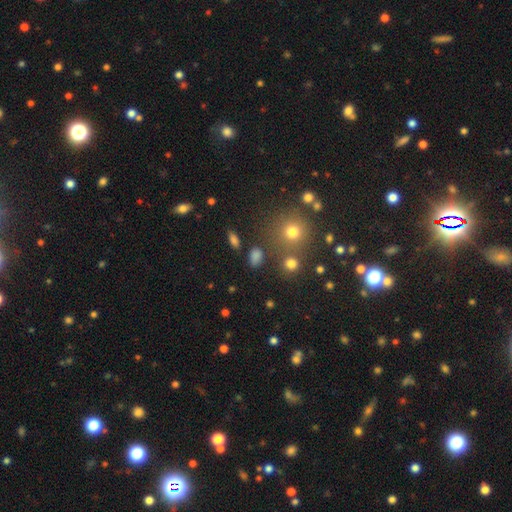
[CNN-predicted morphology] The model was most divided on "how rounded": in between: 69%, round: 27%, cigar-shaped: 4%. More confident: merging — none (77%); smooth or featured — smooth (73%).